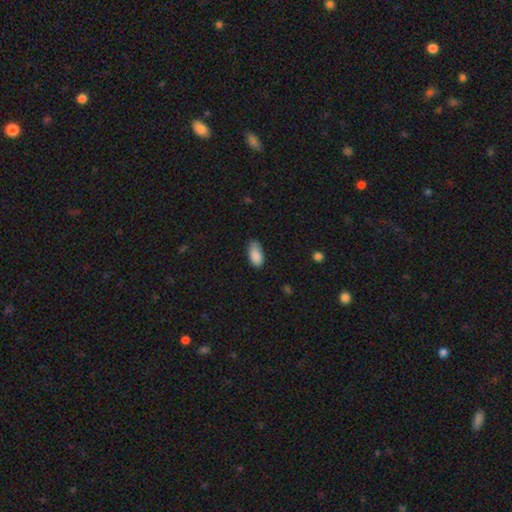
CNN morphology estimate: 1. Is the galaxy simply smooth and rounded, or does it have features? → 88% smooth, 7% star or artifact, 5% featured or disk.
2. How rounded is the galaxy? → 92% in between, 5% cigar-shaped, 3% round.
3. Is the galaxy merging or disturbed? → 63% none, 30% minor disturbance, 5% major disturbance, 2% merger.